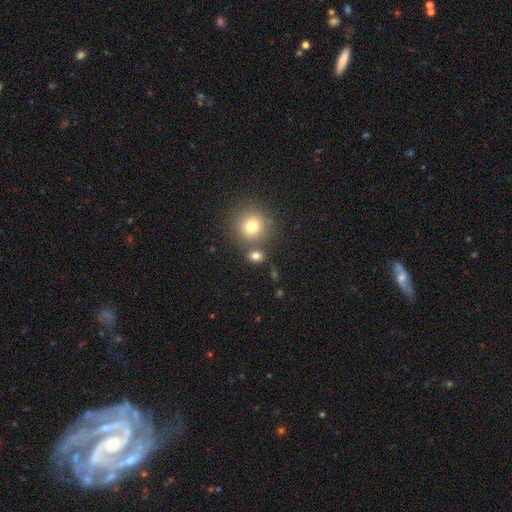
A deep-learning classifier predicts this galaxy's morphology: The model was most divided on "how rounded": round: 54%, in between: 44%, cigar-shaped: 2%. More confident: smooth or featured — smooth (76%); merging — none (68%).